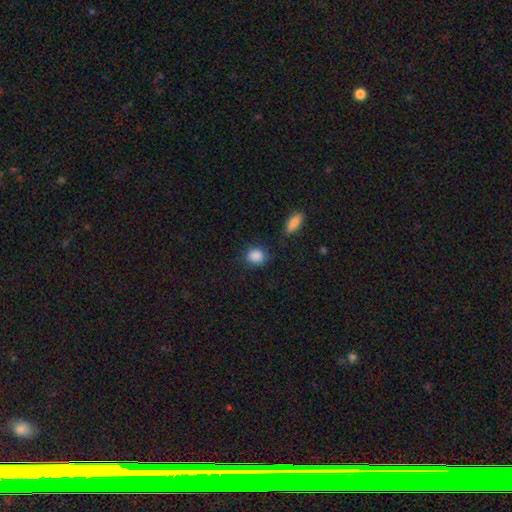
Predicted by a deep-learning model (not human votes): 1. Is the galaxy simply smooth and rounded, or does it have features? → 88% smooth, 8% star or artifact, 4% featured or disk.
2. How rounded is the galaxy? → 64% round, 34% in between, 2% cigar-shaped.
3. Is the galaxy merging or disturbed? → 78% none, 14% minor disturbance, 4% major disturbance, 3% merger.